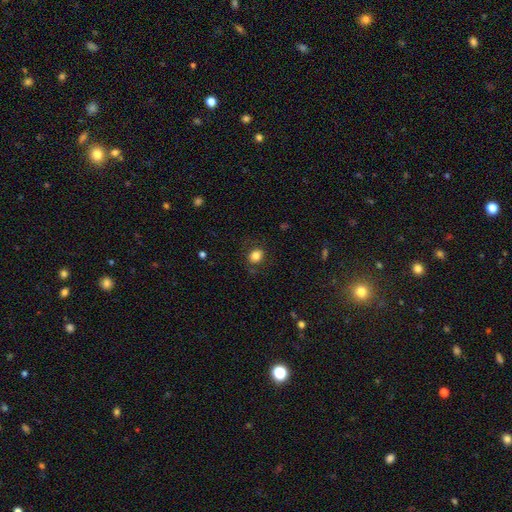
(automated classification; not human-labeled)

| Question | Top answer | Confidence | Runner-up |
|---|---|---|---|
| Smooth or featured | smooth | 82% | star or artifact (10%) |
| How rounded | round | 64% | in between (35%) |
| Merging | none | 82% | minor disturbance (12%) |